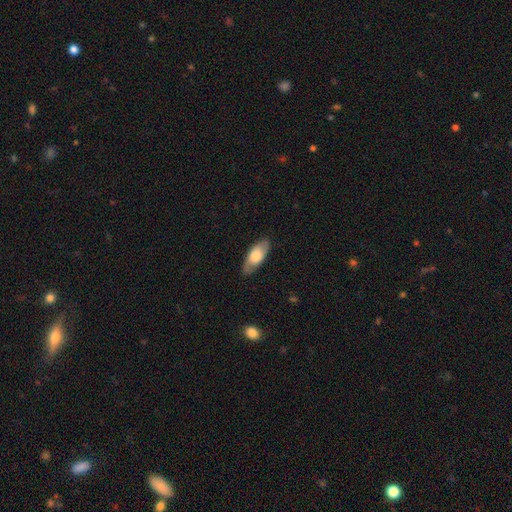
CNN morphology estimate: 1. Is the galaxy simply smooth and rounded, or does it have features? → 60% smooth, 35% featured or disk, 5% star or artifact.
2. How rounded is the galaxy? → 84% in between, 13% cigar-shaped, 3% round.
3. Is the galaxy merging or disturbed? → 85% none, 12% minor disturbance, 3% major disturbance, 1% merger.